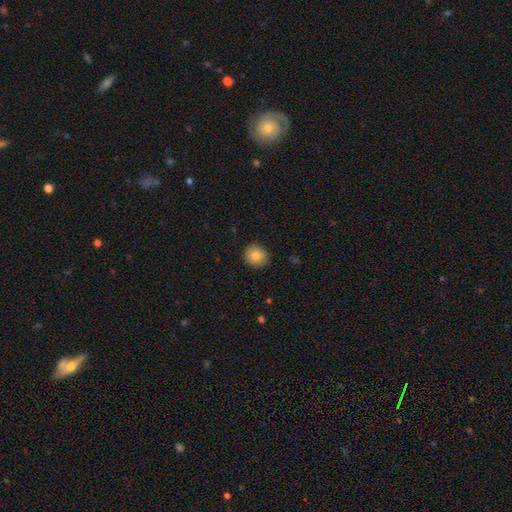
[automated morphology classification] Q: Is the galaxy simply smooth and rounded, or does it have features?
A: smooth — 83%.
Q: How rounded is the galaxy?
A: round — 82%.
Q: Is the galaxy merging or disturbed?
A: none — 89%.